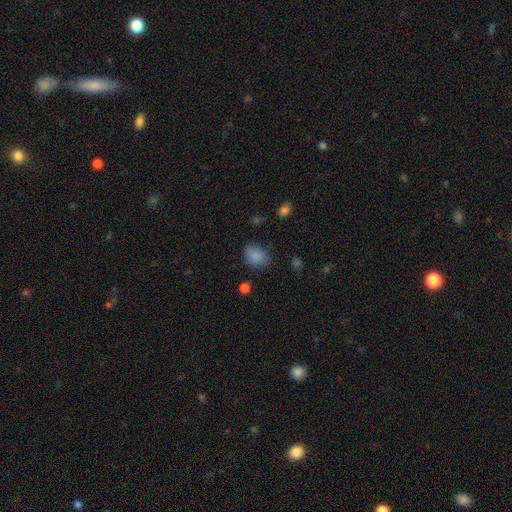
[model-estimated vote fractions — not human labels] smooth 84%, star or artifact 10%, featured or disk 5%. Down the decision tree: how rounded — in between (57%); merging — none (73%).